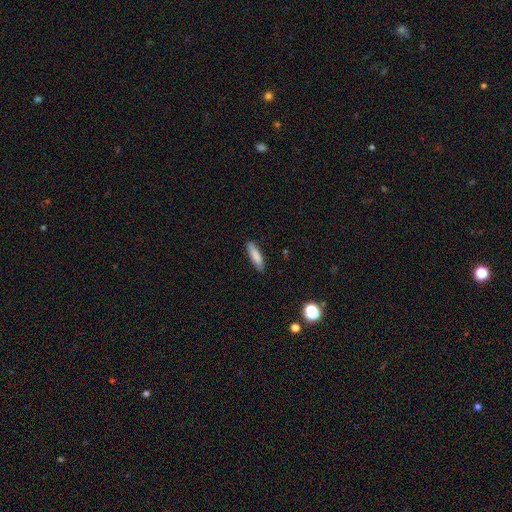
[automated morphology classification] A smooth galaxy with no disk features (83%) that is cigar-shaped (70%). Merging: none (84%).